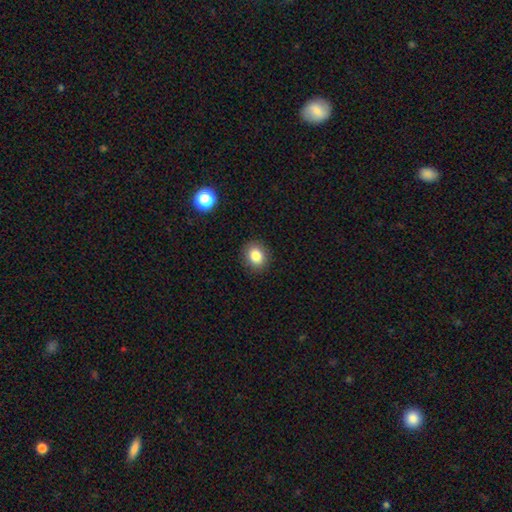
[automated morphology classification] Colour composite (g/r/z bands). It shows a smooth galaxy with no disk features (84%) that is round (66%). Merging: none (90%).